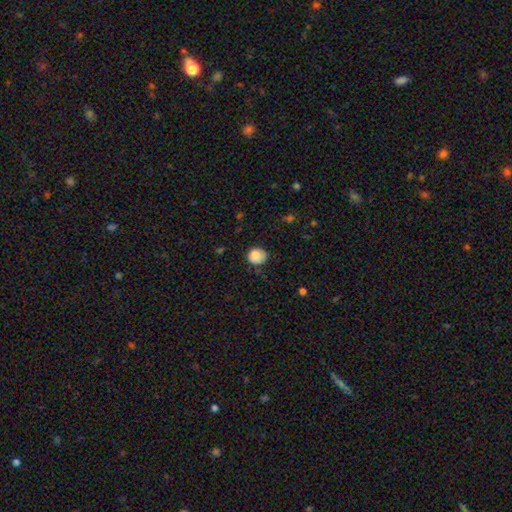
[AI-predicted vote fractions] smooth 83%, featured or disk 8%, star or artifact 8%. Down the decision tree: how rounded — round (79%); merging — none (70%).